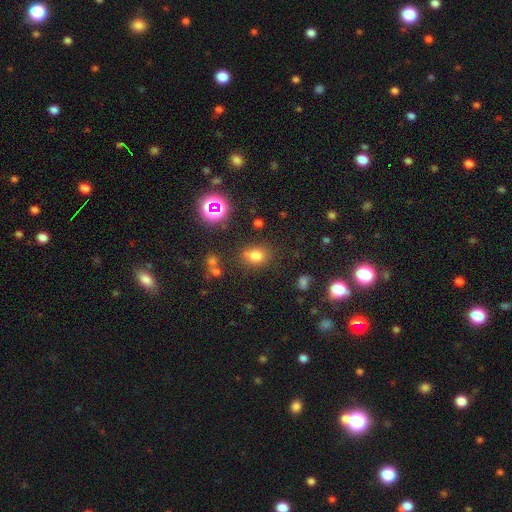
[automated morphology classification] smooth_or_featured: smooth (p=0.73) [alt: star or artifact p=0.19]
how_rounded: round (p=0.60) [alt: in between p=0.39]
merging: none (p=0.69) [alt: minor disturbance p=0.16]